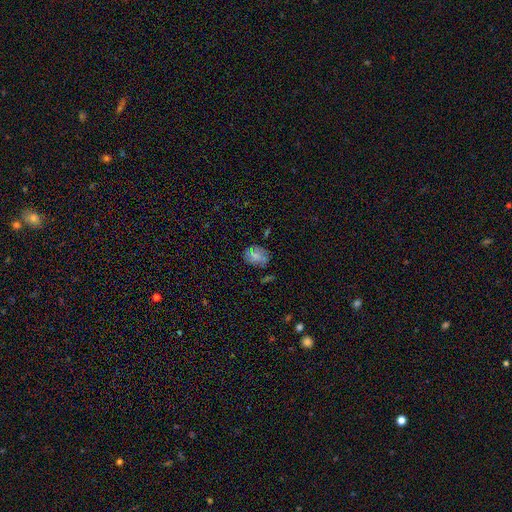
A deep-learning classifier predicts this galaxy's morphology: smooth-or-featured: smooth: 66% | featured or disk: 21% | star or artifact: 12%
  how-rounded: in between: 53% | round: 46% | cigar-shaped: 1%
  merging: none: 66% | minor disturbance: 22% | major disturbance: 7% | merger: 5%